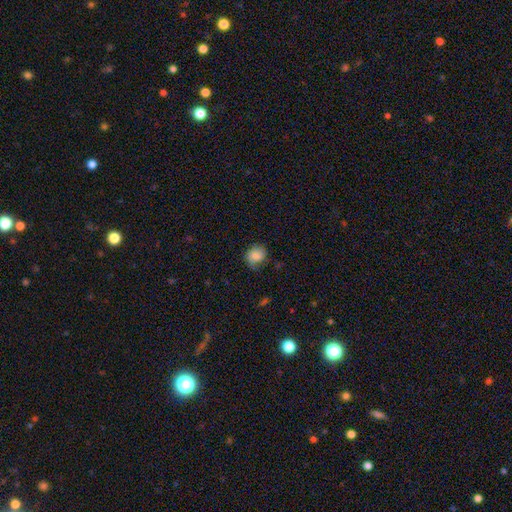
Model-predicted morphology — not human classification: smooth-or-featured: smooth: 81% | featured or disk: 11% | star or artifact: 9%
  how-rounded: round: 65% | in between: 34% | cigar-shaped: 1%
  merging: none: 68% | minor disturbance: 24% | major disturbance: 7% | merger: 1%